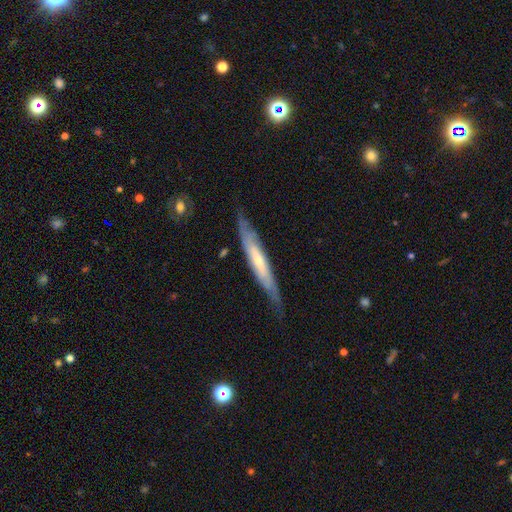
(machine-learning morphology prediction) A featured or disk galaxy (65%) viewed edge-on (75%). Merging: none (76%).